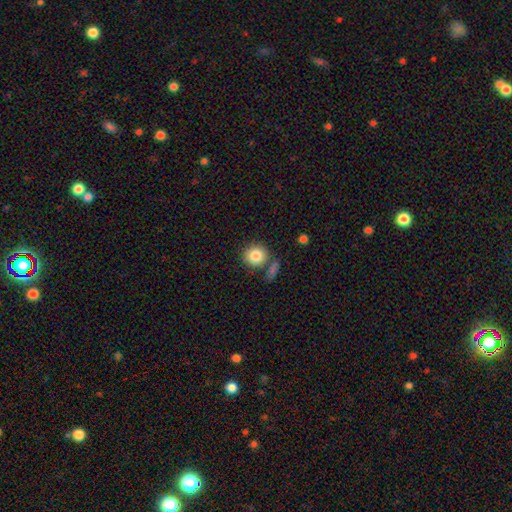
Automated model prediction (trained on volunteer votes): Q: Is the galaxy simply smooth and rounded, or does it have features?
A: smooth — 84%.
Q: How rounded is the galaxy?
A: round — 83%.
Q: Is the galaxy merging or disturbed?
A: none — 71%.